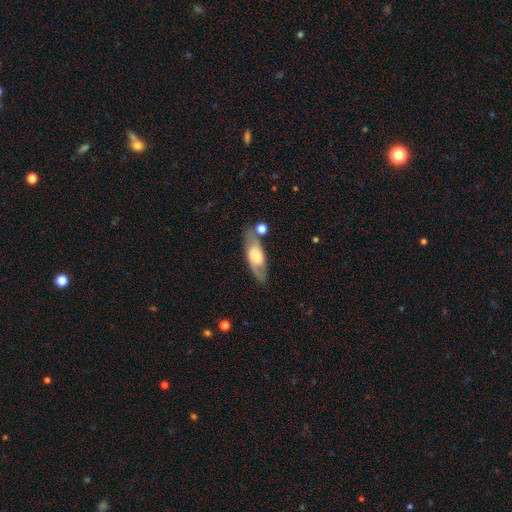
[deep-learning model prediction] A featured or disk galaxy (50%).

Vote fractions:
- Smooth or featured? featured or disk: 50% / smooth: 43% / star or artifact: 7%
- Edge-on disk? no: 62% / yes: 38%
- Merging? none: 70% / minor disturbance: 16% / merger: 8% / major disturbance: 6%